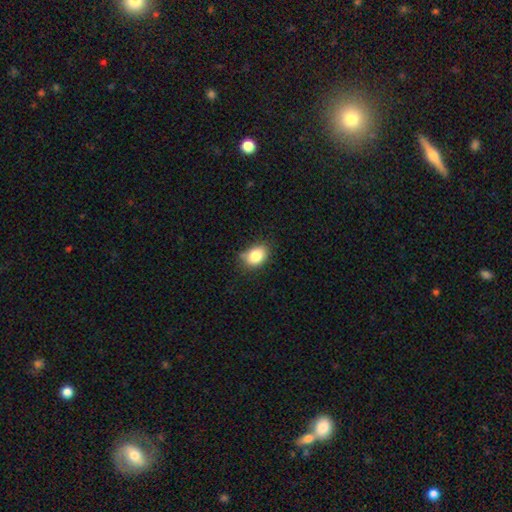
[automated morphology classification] smooth 85%, star or artifact 9%, featured or disk 7%. Down the decision tree: how rounded — in between (74%); merging — none (73%).